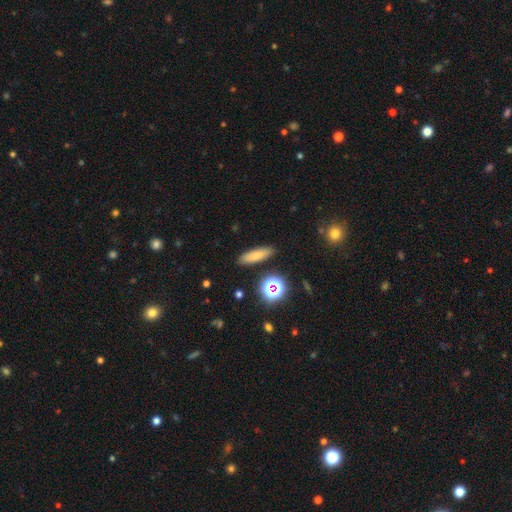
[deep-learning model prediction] Smooth or featured? Predicted: smooth (p=0.77). How rounded? Predicted: cigar-shaped (p=0.58). Merging? Predicted: none (p=0.88).